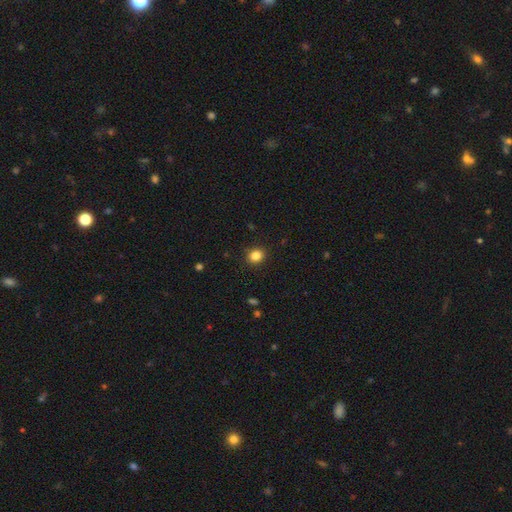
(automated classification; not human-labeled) Morphology: type=smooth (84%); roundness=round (74%); merging=none (90%).